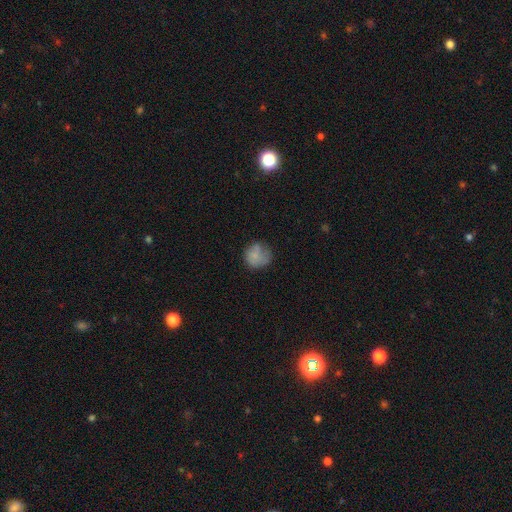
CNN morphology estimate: type=smooth (72%); roundness=round (81%); merging=none (56%).